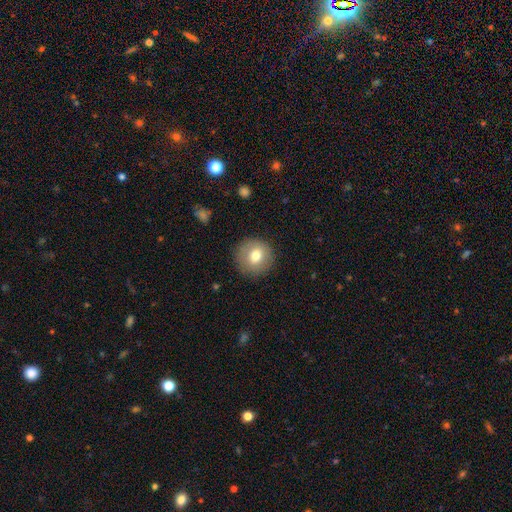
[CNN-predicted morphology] Smooth or featured: smooth — 75% (featured or disk — 17%)
How rounded: round — 93% (in between — 6%)
Merging: none — 87% (minor disturbance — 9%)